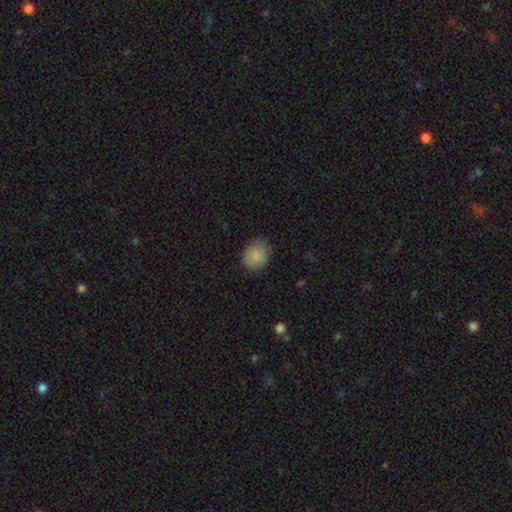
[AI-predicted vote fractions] smooth 86%, star or artifact 8%, featured or disk 6%. Down the decision tree: how rounded — round (56%); merging — none (76%).